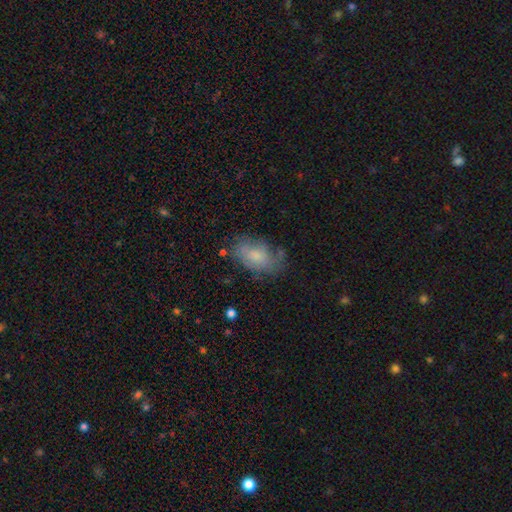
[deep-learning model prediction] Smooth or featured? Predicted: smooth (p=0.67). How rounded? Predicted: in between (p=0.91). Merging? Predicted: none (p=0.60).